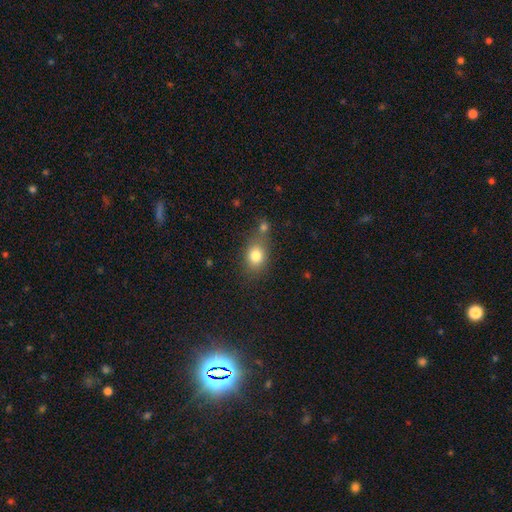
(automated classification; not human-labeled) This is likely a smooth galaxy (80%). How rounded: possibly in between (54%). Merging: likely none (60%).